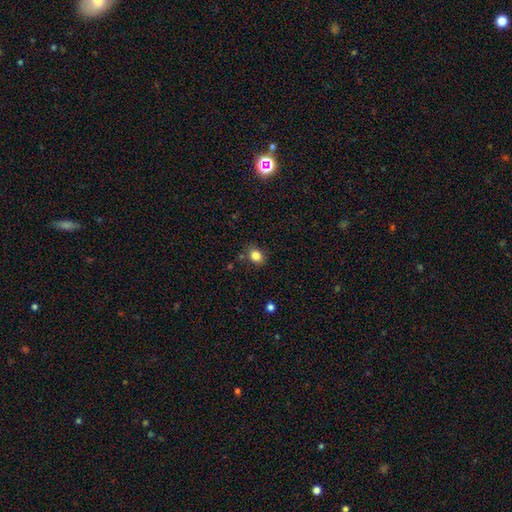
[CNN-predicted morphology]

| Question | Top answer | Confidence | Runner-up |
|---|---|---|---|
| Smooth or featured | smooth | 83% | star or artifact (11%) |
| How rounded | in between | 52% | round (47%) |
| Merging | none | 80% | minor disturbance (14%) |